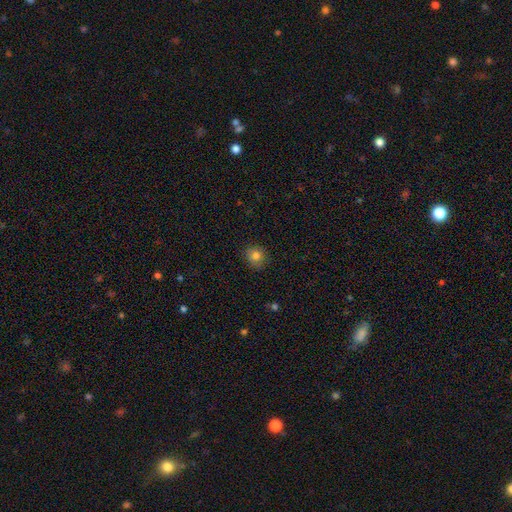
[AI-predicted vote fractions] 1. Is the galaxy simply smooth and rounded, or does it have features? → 80% smooth, 11% star or artifact, 9% featured or disk.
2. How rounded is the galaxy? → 82% round, 17% in between, 1% cigar-shaped.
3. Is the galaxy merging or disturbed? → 85% none, 12% minor disturbance, 2% major disturbance, 1% merger.